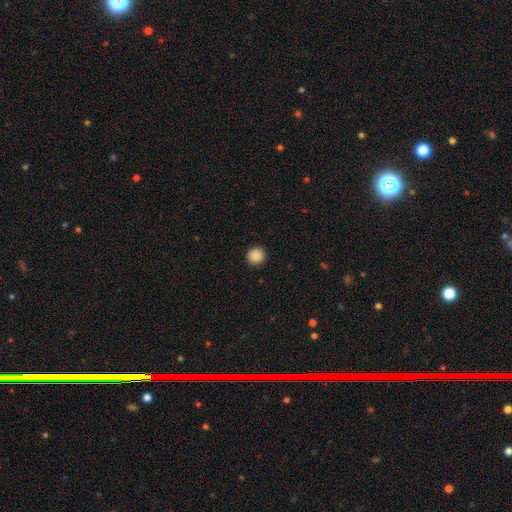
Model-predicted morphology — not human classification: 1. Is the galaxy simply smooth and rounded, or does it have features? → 89% smooth, 9% star or artifact, 3% featured or disk.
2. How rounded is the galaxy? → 94% round, 5% in between, 1% cigar-shaped.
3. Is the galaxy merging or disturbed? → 92% none, 5% minor disturbance, 2% major disturbance, 1% merger.